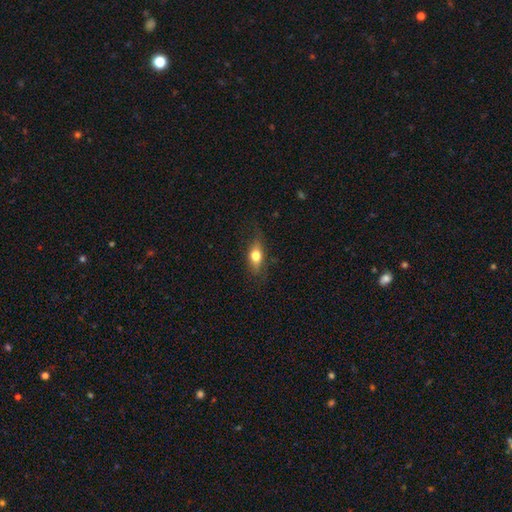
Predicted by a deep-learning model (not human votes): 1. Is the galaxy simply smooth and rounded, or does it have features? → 68% smooth, 24% featured or disk, 8% star or artifact.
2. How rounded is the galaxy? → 70% in between, 19% cigar-shaped, 11% round.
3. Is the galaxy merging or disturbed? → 75% none, 18% minor disturbance, 5% major disturbance, 1% merger.